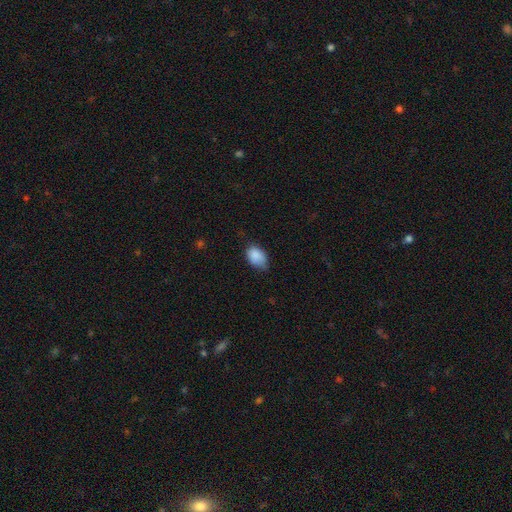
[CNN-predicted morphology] Overall: smooth (87%). How rounded: in between (86%). Merging: none (52%; minor disturbance 39%).